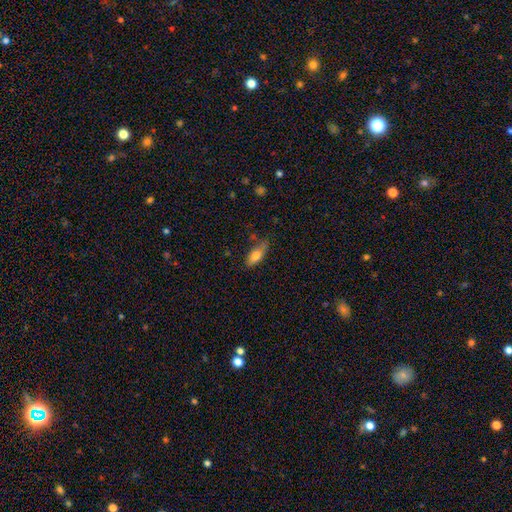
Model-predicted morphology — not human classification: smooth 76%, featured or disk 16%, star or artifact 8%. Down the decision tree: how rounded — in between (81%); merging — none (60%).